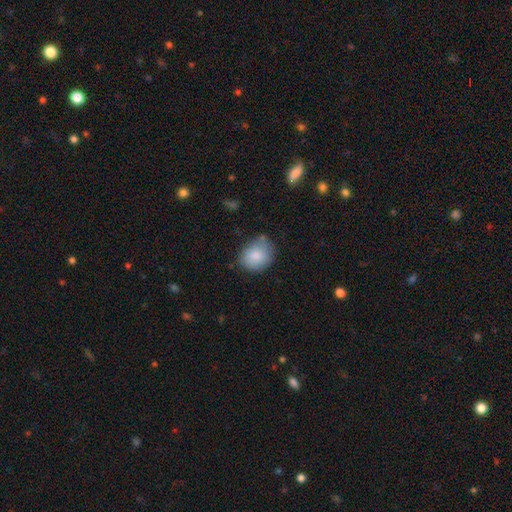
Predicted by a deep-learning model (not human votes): Morphology: type=smooth (84%); roundness=round (58%); merging=none (63%).